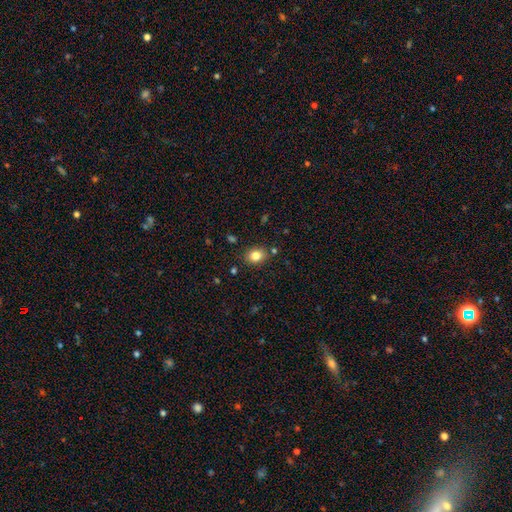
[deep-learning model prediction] The model was most divided on "how rounded": in between: 51%, round: 48%, cigar-shaped: 1%. More confident: merging — none (85%); smooth or featured — smooth (82%).